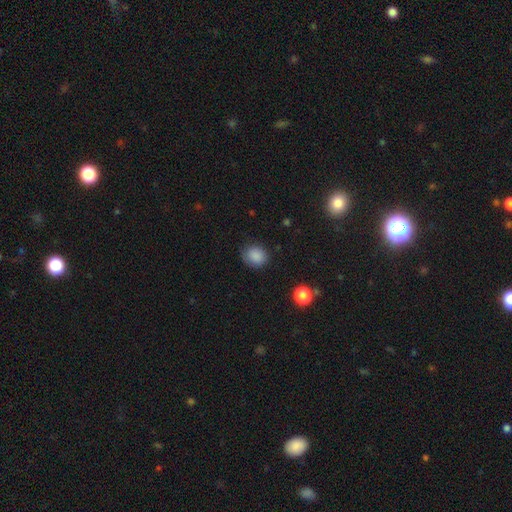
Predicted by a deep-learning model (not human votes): Overall: smooth (86%). How rounded: round (74%). Merging: none (79%).